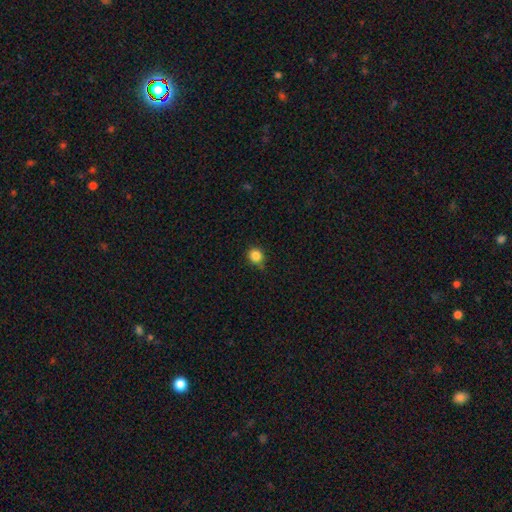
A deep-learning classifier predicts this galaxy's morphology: The model was most divided on "merging": none: 81%, minor disturbance: 14%, merger: 3%, major disturbance: 3%. More confident: how rounded — round (91%); smooth or featured — smooth (85%).